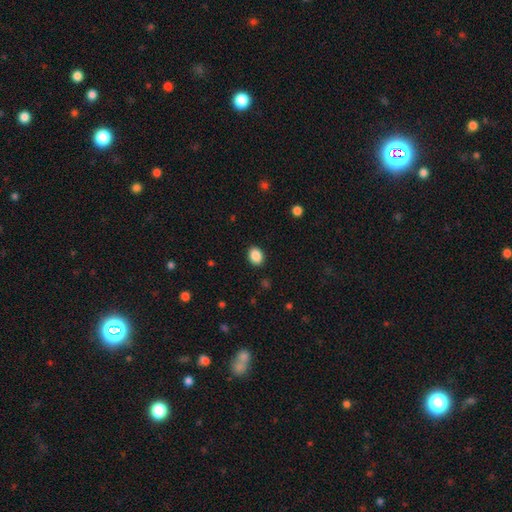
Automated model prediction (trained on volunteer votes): smooth_or_featured: smooth (p=0.88) [alt: star or artifact p=0.08]
how_rounded: in between (p=0.61) [alt: round p=0.38]
merging: none (p=0.90) [alt: minor disturbance p=0.07]